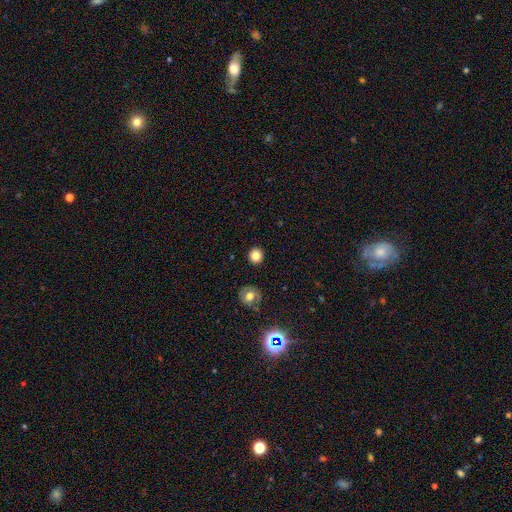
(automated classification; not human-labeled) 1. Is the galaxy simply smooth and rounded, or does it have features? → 82% smooth, 11% star or artifact, 7% featured or disk.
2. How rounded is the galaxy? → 90% round, 9% in between, 1% cigar-shaped.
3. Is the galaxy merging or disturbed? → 91% none, 5% minor disturbance, 2% major disturbance, 2% merger.